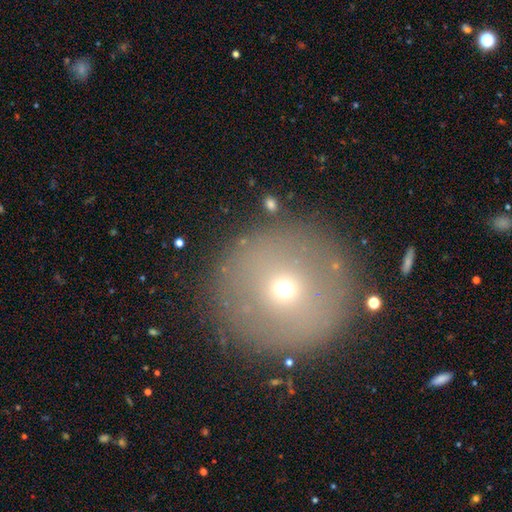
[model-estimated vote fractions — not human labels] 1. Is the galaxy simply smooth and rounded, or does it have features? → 60% smooth, 21% featured or disk, 19% star or artifact.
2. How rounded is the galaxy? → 96% round, 3% in between, 1% cigar-shaped.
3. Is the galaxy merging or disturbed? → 88% none, 7% minor disturbance, 3% major disturbance, 2% merger.